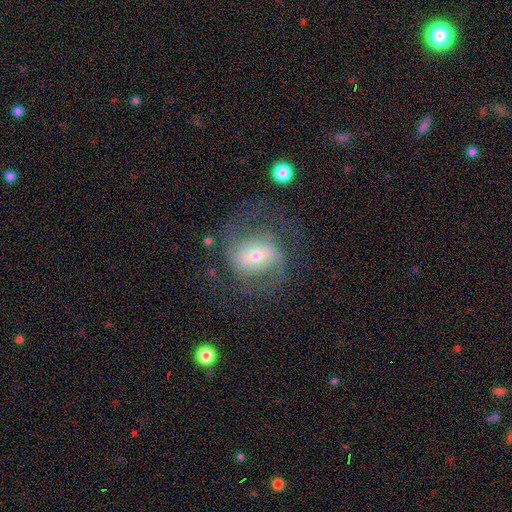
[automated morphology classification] Smooth or featured: featured or disk — 80% (smooth — 12%)
Edge-on disk: no — 97% (yes — 3%)
Bar: weak — 42% (strong — 29%)
Spiral arms: yes — 92% (no — 8%)
Spiral winding: medium — 52% (tight — 28%)
Spiral arm count: 2 — 82% (can't tell — 9%)
Bulge size: small — 50% (moderate — 43%)
Merging: none — 70% (minor disturbance — 14%)